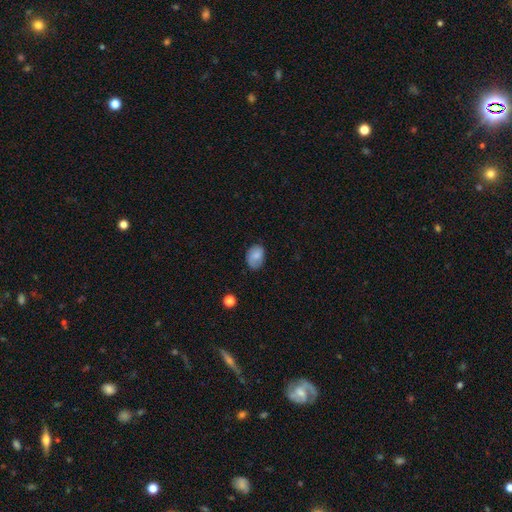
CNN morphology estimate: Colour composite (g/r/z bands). It shows a smooth galaxy with no disk features (80%) that is in between round and cigar-shaped (77%). Merging: none (69%).